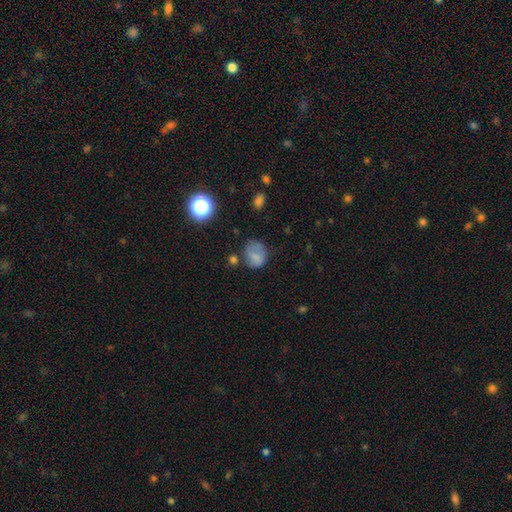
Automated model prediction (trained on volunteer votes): smooth-or-featured: smooth: 72% | featured or disk: 15% | star or artifact: 13%
  how-rounded: round: 61% | in between: 38% | cigar-shaped: 1%
  merging: none: 54% | minor disturbance: 27% | major disturbance: 13% | merger: 6%